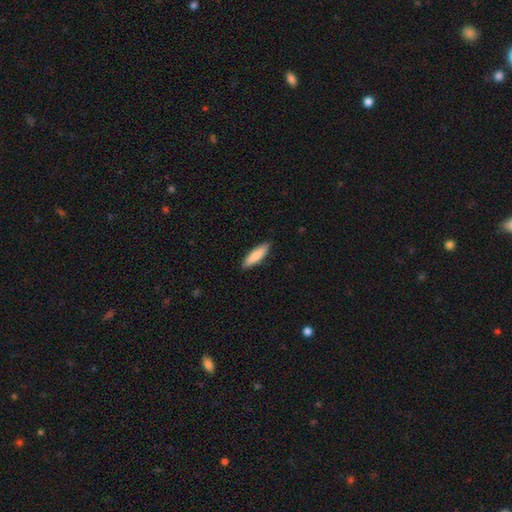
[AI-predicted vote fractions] Q: Smooth or featured?
A: smooth (84%); runner-up: featured or disk (11%)
Q: How rounded?
A: cigar-shaped (59%); runner-up: in between (39%)
Q: Merging?
A: none (88%); runner-up: minor disturbance (9%)